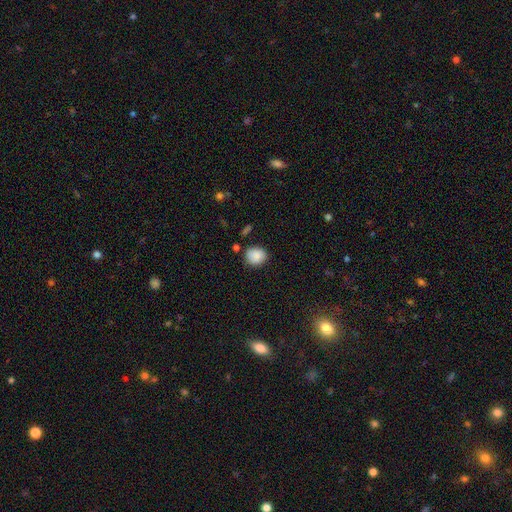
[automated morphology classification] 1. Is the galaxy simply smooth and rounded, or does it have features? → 88% smooth, 8% star or artifact, 4% featured or disk.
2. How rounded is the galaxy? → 73% round, 26% in between, 1% cigar-shaped.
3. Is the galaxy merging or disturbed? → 77% none, 15% minor disturbance, 4% merger, 3% major disturbance.